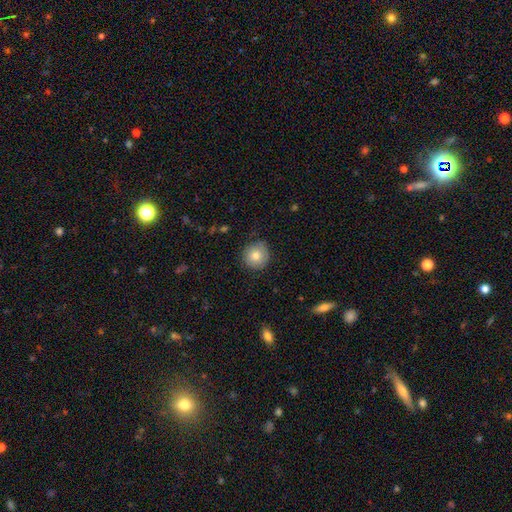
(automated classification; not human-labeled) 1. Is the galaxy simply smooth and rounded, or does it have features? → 79% smooth, 13% featured or disk, 8% star or artifact.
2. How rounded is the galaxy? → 92% round, 7% in between, 1% cigar-shaped.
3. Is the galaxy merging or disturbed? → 83% none, 14% minor disturbance, 3% major disturbance, 1% merger.